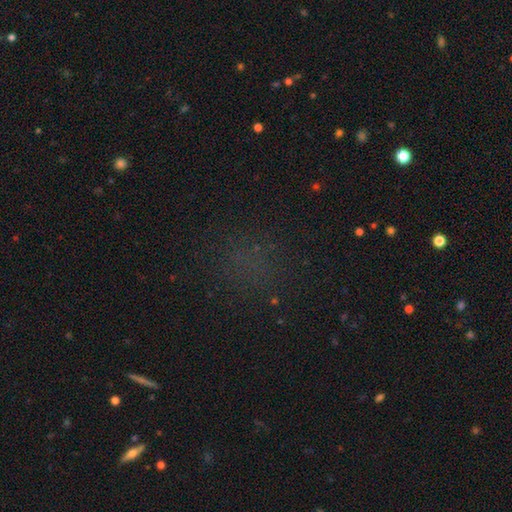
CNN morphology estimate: A star or artifact, not a galaxy (52%).